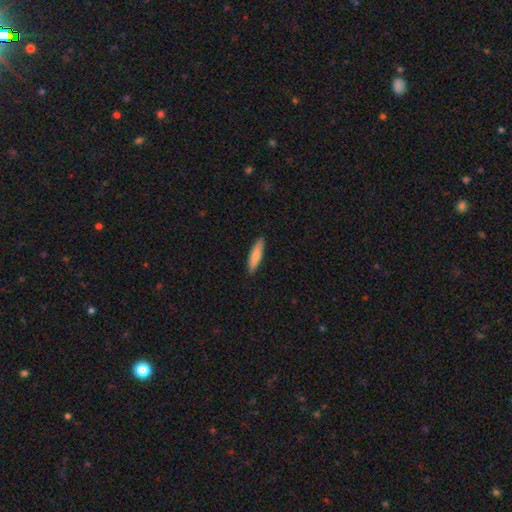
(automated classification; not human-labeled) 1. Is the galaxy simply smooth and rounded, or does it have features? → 83% smooth, 11% featured or disk, 5% star or artifact.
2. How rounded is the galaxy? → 77% cigar-shaped, 22% in between, 1% round.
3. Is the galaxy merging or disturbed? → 88% none, 9% minor disturbance, 2% major disturbance, 1% merger.